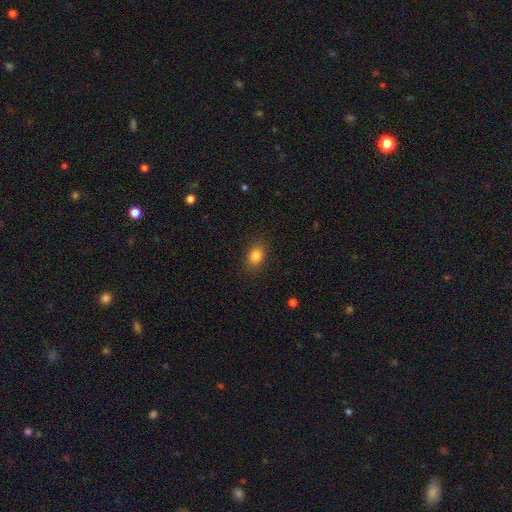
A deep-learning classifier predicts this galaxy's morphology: Smooth or featured? smooth (83%)
How rounded? in between (62%)
Merging? none (87%)